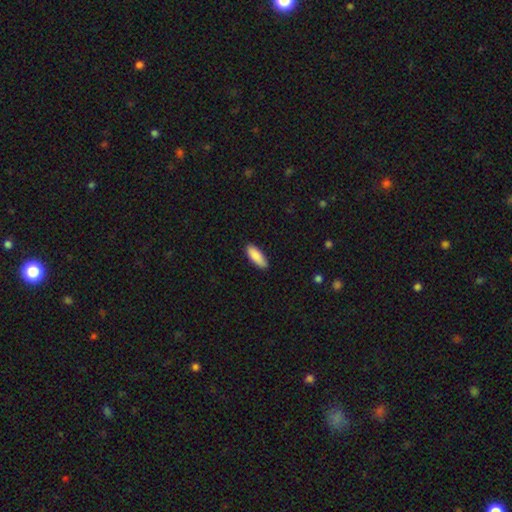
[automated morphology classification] A smooth galaxy with no disk features (89%) that is in between round and cigar-shaped (72%). Merging: none (87%).